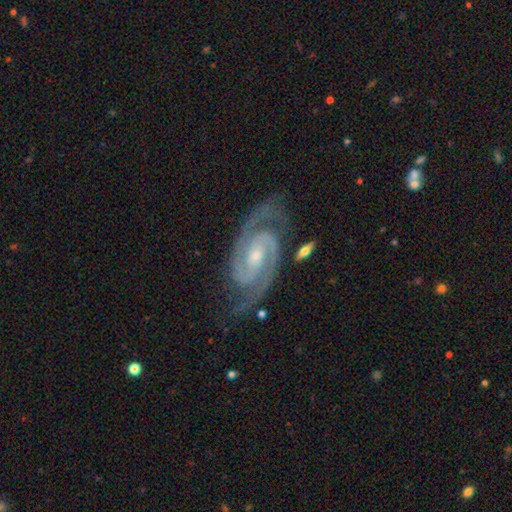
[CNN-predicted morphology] This appears to be a featured or disk galaxy (94%) with a weak bar (41%, tied with no), 2 (92%) tight (56%) spiral arms (99%) and a small central bulge (53%). Merging: none (79%).